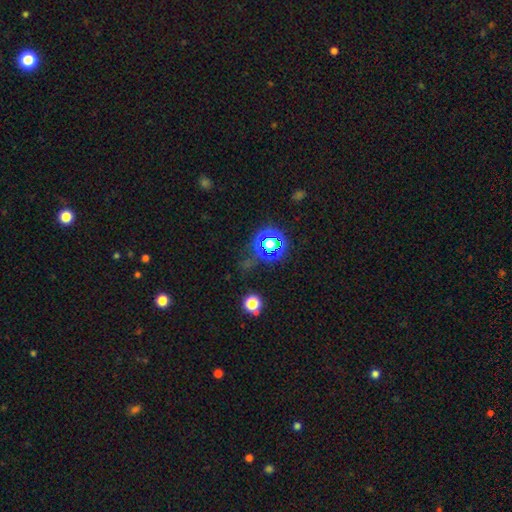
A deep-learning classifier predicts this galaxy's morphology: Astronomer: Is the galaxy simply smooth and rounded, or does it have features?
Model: star or artifact — 60%.